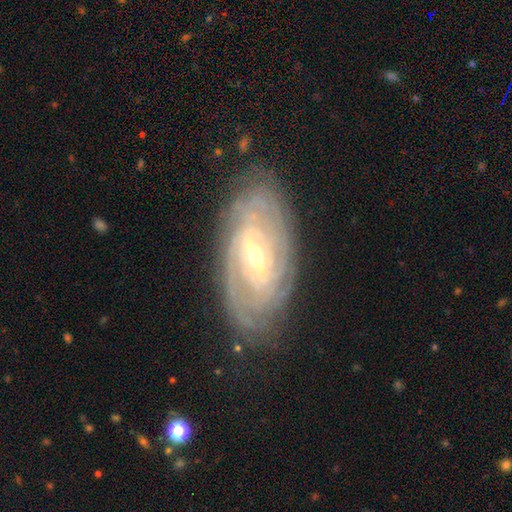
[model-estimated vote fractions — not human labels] This appears to be a featured or disk galaxy (85%) with a weak bar (45%), tight (76%) spiral arms (92%) and a small central bulge (62%). Merging: none (81%).